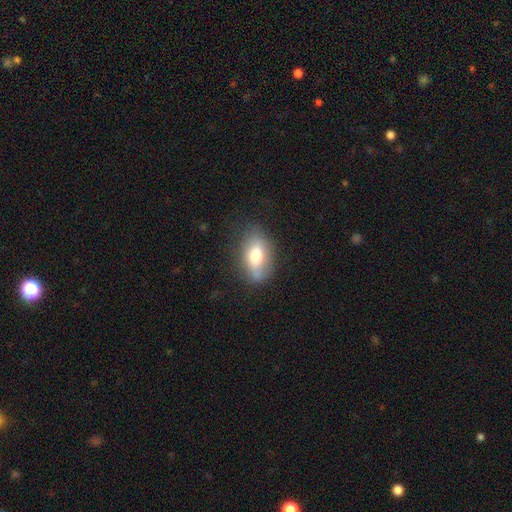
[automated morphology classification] type=smooth (71%); roundness=in between (89%); merging=none (66%).